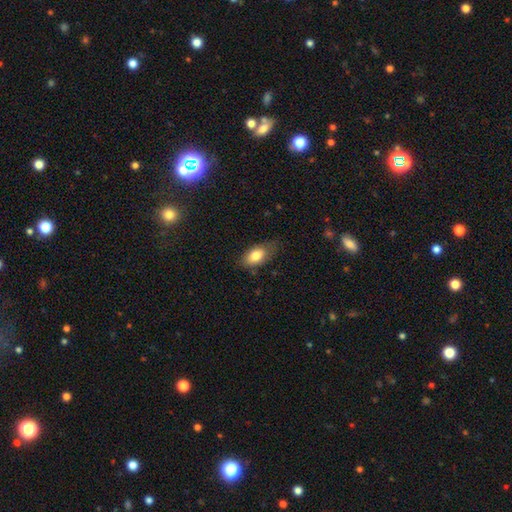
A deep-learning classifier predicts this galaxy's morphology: Smooth or featured: smooth — 81% (featured or disk — 12%)
How rounded: in between — 90% (round — 6%)
Merging: none — 67% (minor disturbance — 26%)